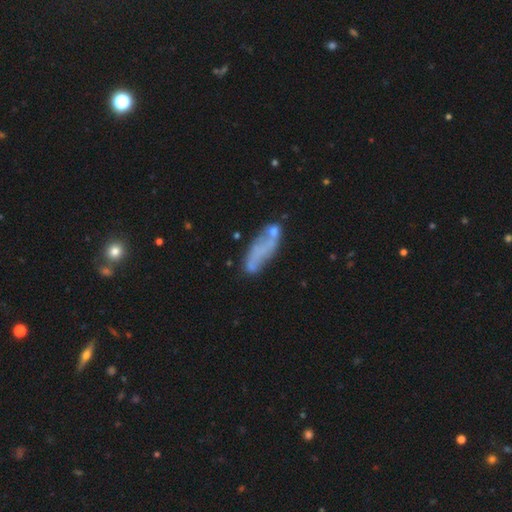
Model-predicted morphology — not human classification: A smooth galaxy with no disk features (49%). Merging: none (38%).